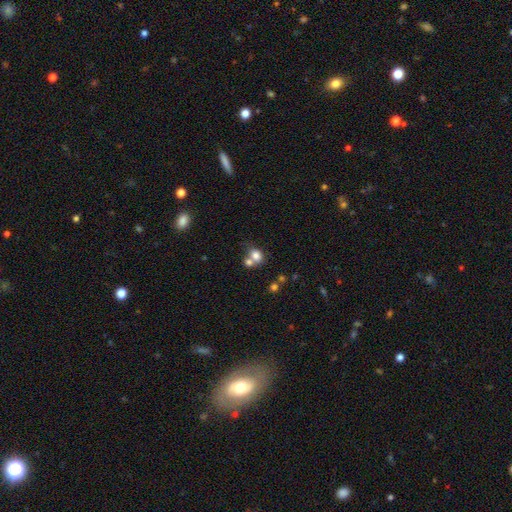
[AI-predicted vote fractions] The model was most divided on "how rounded": round: 52%, in between: 47%, cigar-shaped: 1%. Remaining: smooth or featured — smooth (76%); merging — merger (49%).